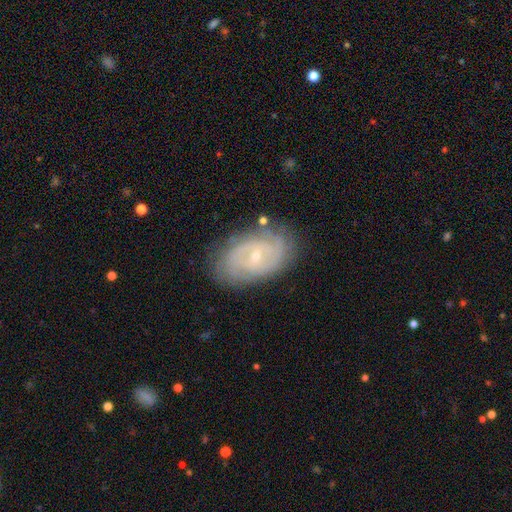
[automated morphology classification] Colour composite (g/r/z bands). It shows a featured or disk galaxy (80%) with no bar (45%), 2 (41%) tight (65%) spiral arms (91%) and a small central bulge (77%). Merging: none (78%).